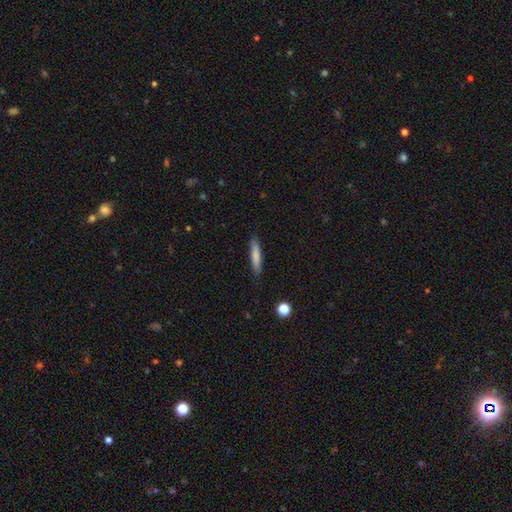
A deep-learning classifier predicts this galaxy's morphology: Smooth or featured? Predicted: smooth (p=0.79). How rounded? Predicted: cigar-shaped (p=0.86). Merging? Predicted: none (p=0.87).